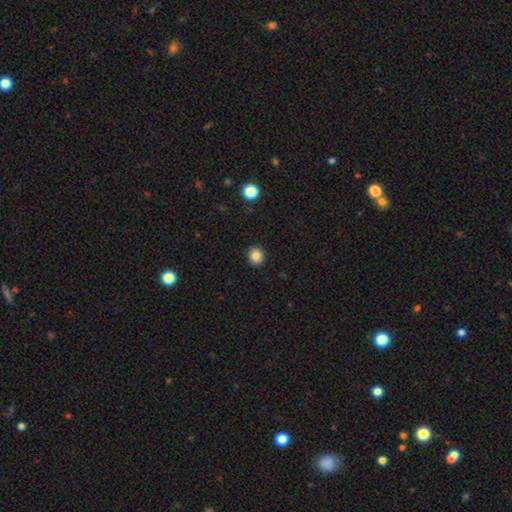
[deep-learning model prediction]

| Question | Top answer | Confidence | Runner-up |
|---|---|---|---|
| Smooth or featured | smooth | 85% | star or artifact (10%) |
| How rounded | round | 84% | in between (15%) |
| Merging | none | 92% | minor disturbance (5%) |